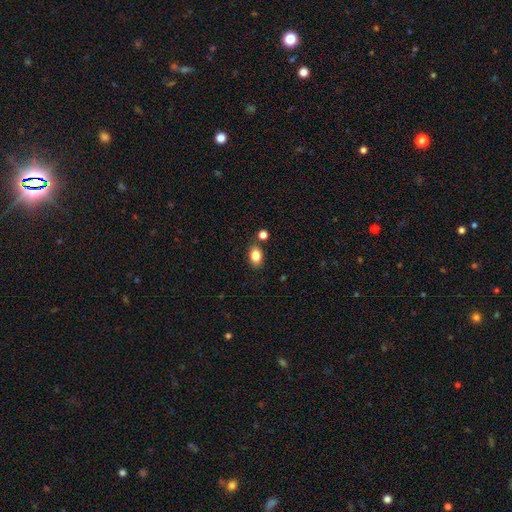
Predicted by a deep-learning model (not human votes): Smooth or featured? Predicted: smooth (p=0.85). How rounded? Predicted: in between (p=0.76). Merging? Predicted: none (p=0.78).